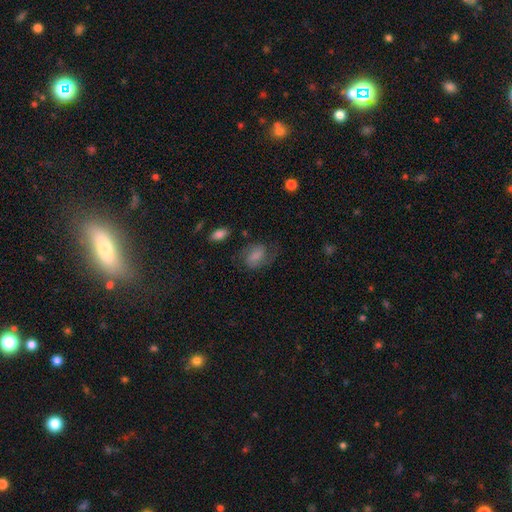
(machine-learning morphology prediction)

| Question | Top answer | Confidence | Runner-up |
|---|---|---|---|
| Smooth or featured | featured or disk | 55% | smooth (35%) |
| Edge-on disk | no | 97% | yes (3%) |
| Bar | weak | 46% | no (35%) |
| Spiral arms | yes | 90% | no (10%) |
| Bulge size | none | 30% | small (27%) |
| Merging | none | 65% | minor disturbance (19%) |